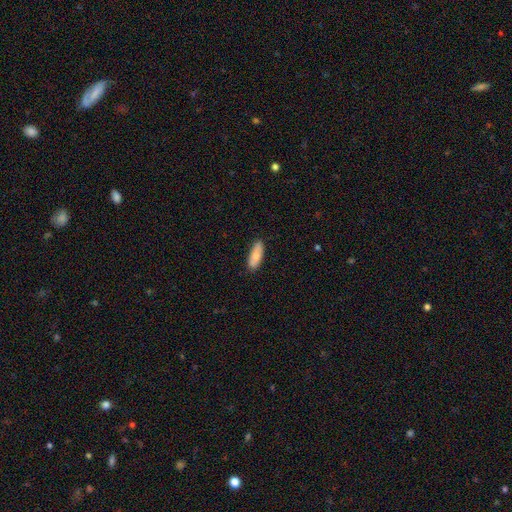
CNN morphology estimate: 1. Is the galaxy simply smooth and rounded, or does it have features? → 78% smooth, 17% featured or disk, 6% star or artifact.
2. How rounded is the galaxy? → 63% in between, 35% cigar-shaped, 2% round.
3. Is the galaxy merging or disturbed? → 85% none, 12% minor disturbance, 2% major disturbance, 1% merger.